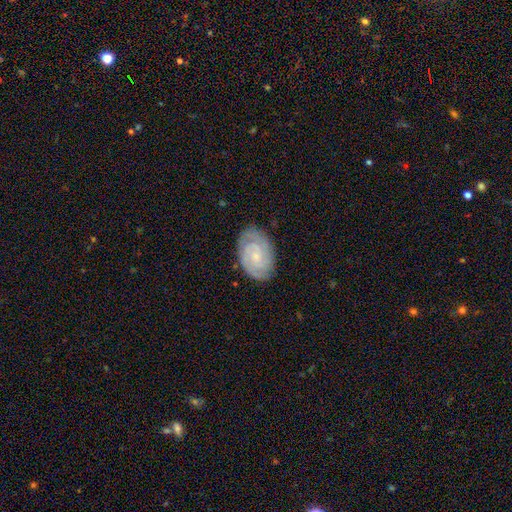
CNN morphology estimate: Overall: featured or disk (81%). Edge-on disk: no (97%). Bar: no (56%; weak 38%). Spiral arms: yes (97%). Spiral arm count: 2 (63%). Spiral winding: tight (68%). Bulge size: small (65%). Merging: none (82%).